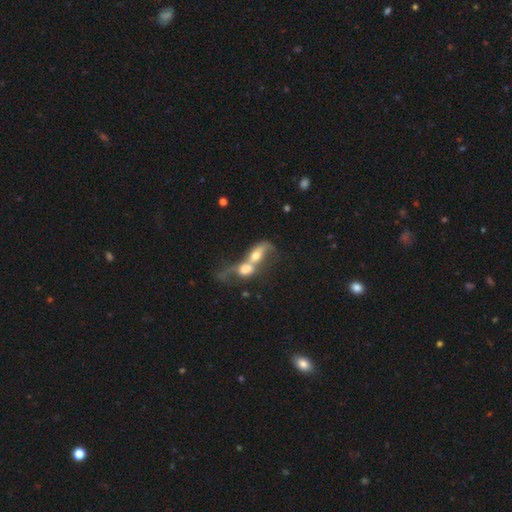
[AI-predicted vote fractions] Smooth or featured? Predicted: smooth (p=0.47). Merging? Predicted: merger (p=0.84).